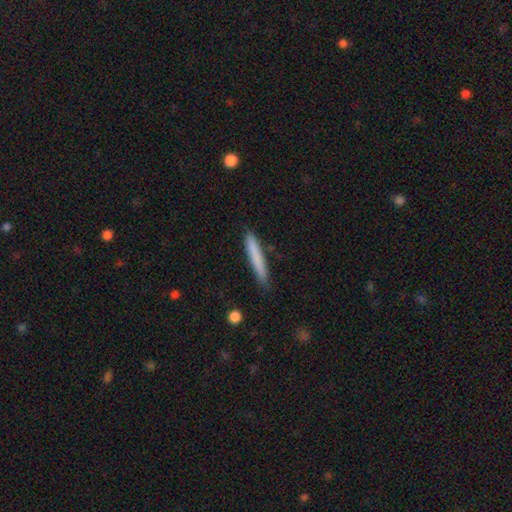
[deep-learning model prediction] Smooth or featured?
  - smooth: 78% *
  - featured or disk: 16%
  - star or artifact: 6%
How rounded?
  - cigar-shaped: 95% *
  - in between: 3%
  - round: 1%
Merging?
  - none: 84% *
  - minor disturbance: 12%
  - major disturbance: 2%
  - merger: 2%